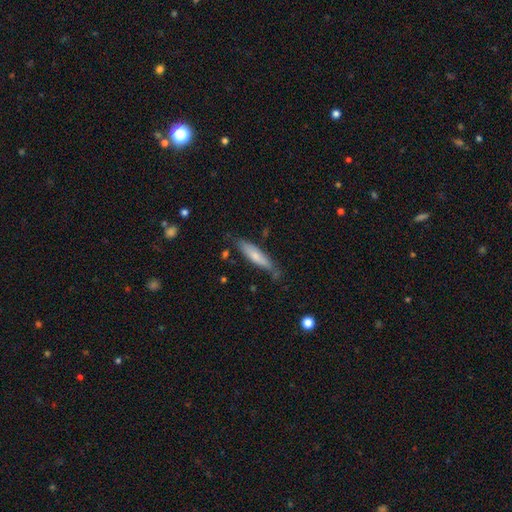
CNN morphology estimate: smooth-or-featured: smooth: 67% | featured or disk: 27% | star or artifact: 6%
  how-rounded: cigar-shaped: 77% | in between: 22% | round: 1%
  merging: none: 70% | minor disturbance: 22% | major disturbance: 4% | merger: 4%